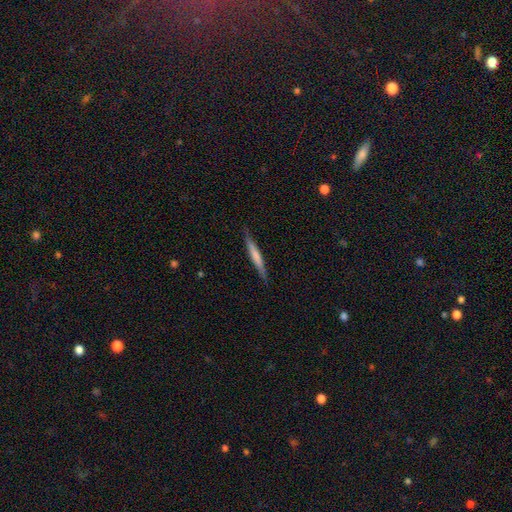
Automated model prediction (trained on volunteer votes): This appears to be a smooth galaxy with no disk features (61%) that is cigar-shaped (95%). Merging: none (87%).